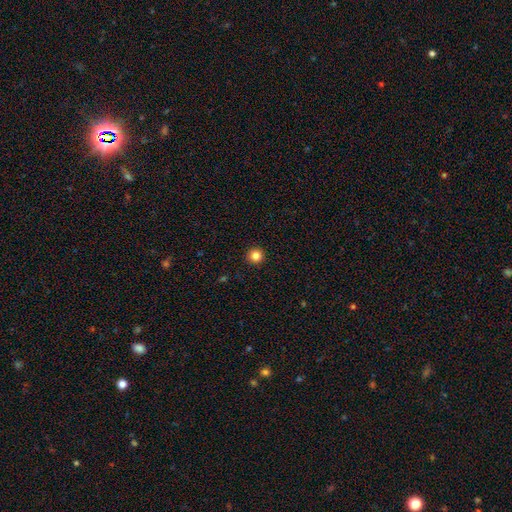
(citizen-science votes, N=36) smooth 92%, star or artifact 6%, featured or disk 3%. Down the decision tree: how rounded — round (94%); merging — none (91%).